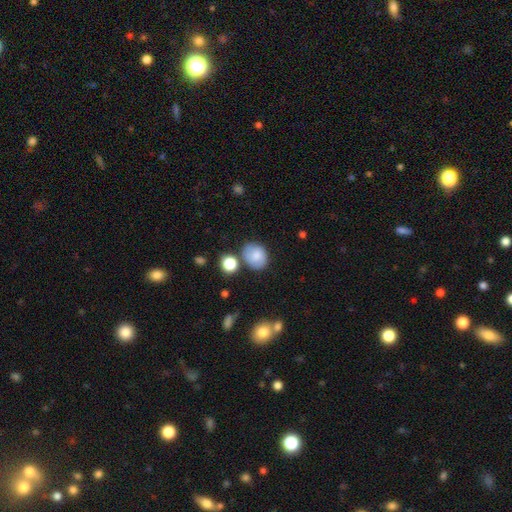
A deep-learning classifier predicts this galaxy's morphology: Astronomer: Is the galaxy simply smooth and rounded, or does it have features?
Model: smooth — 70%.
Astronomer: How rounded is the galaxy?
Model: round — 51% (runner-up: in between, 48%).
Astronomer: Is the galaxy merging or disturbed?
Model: none — 65%.